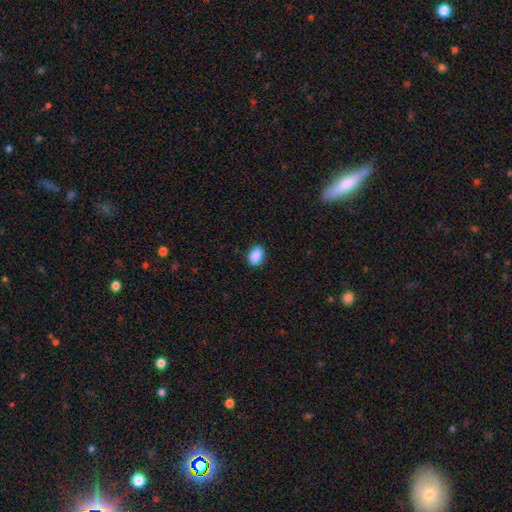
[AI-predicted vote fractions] Morphology: type=smooth (89%); roundness=in between (76%); merging=none (88%).